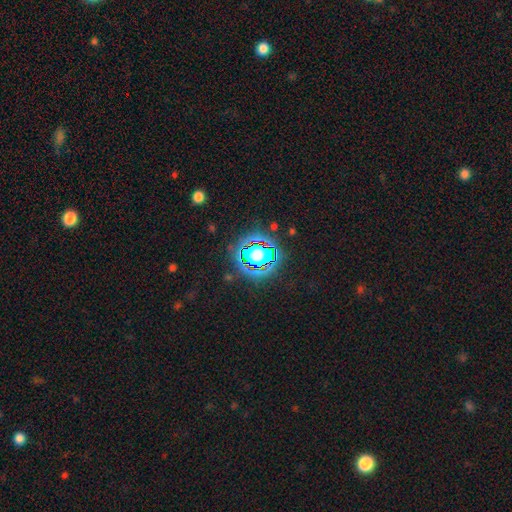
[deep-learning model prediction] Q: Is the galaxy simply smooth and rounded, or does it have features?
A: star or artifact — 56%.